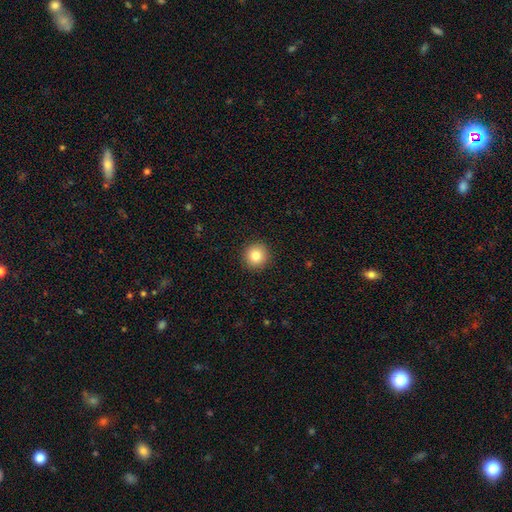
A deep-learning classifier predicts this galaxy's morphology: Smooth or featured? smooth (83%)
How rounded? round (95%)
Merging? none (92%)